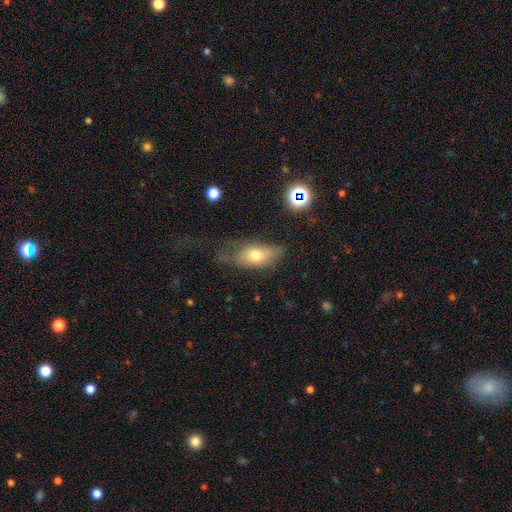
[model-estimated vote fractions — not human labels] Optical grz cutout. It shows a smooth galaxy with no disk features (67%) that is in between round and cigar-shaped (85%). Merging: none (43%).